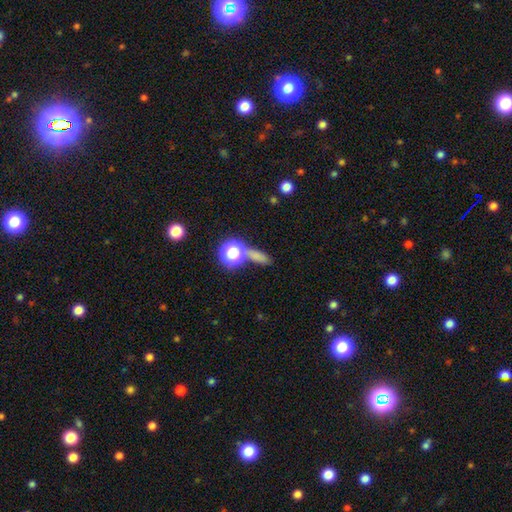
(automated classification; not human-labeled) Q: Smooth or featured?
A: smooth (66%); runner-up: star or artifact (25%)
Q: How rounded?
A: in between (39%); runner-up: round (31%)
Q: Merging?
A: none (63%); runner-up: merger (19%)